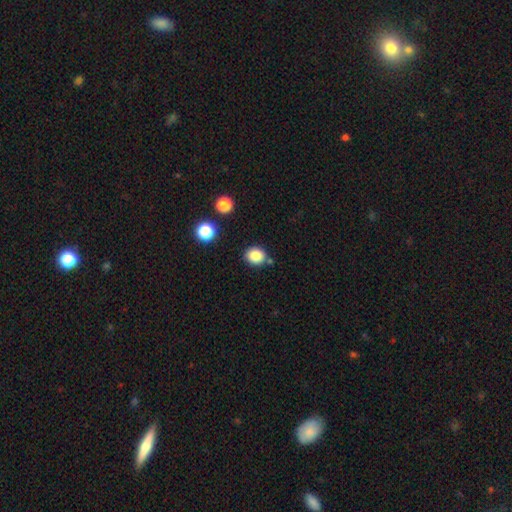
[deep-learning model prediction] Q: Smooth or featured?
A: smooth (85%); runner-up: star or artifact (10%)
Q: How rounded?
A: round (67%); runner-up: in between (32%)
Q: Merging?
A: none (80%); runner-up: minor disturbance (11%)